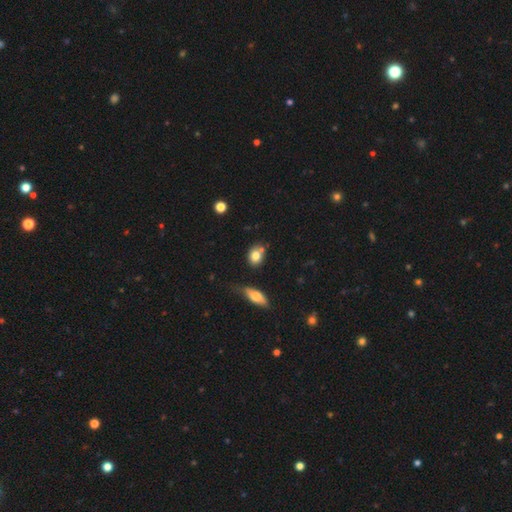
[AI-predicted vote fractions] A smooth galaxy with no disk features (79%) that is in between round and cigar-shaped (51%). Merging: none (60%).